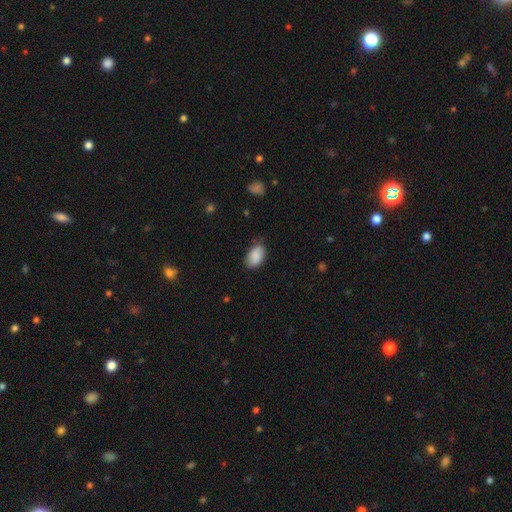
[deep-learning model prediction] Morphology: type=smooth (87%); roundness=in between (93%); merging=none (72%).